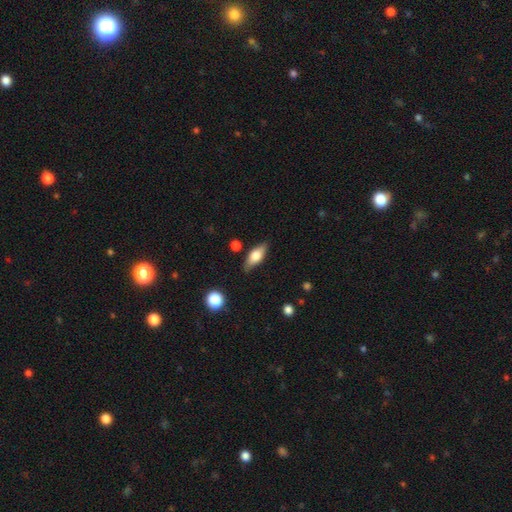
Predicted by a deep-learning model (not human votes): smooth 60%, featured or disk 34%, star or artifact 7%. Down the decision tree: how rounded — in between (74%); merging — none (81%).